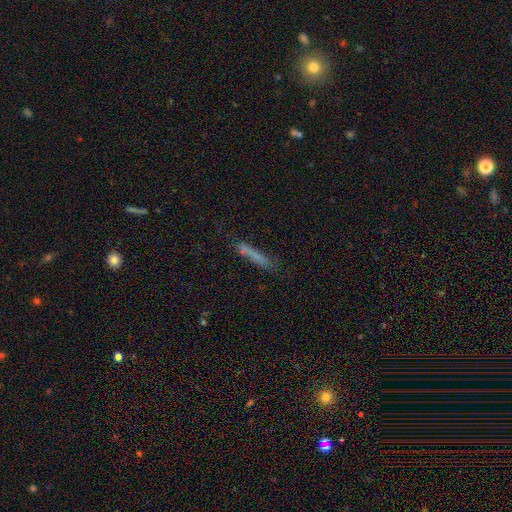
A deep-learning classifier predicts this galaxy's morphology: Smooth or featured? Predicted: smooth (p=0.70). How rounded? Predicted: cigar-shaped (p=0.92). Merging? Predicted: none (p=0.67).